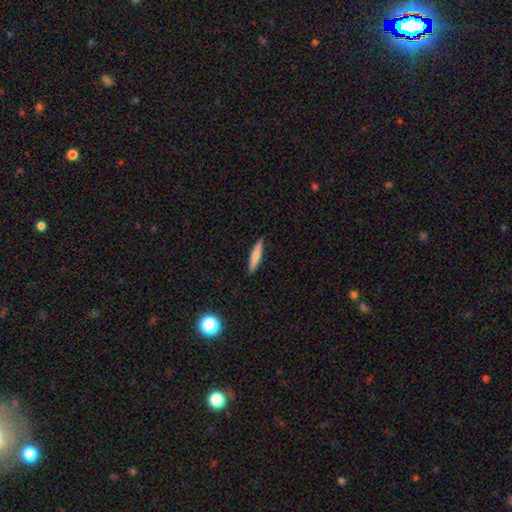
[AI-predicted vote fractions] Smooth or featured? Predicted: smooth (p=0.74). How rounded? Predicted: cigar-shaped (p=0.88). Merging? Predicted: none (p=0.88).